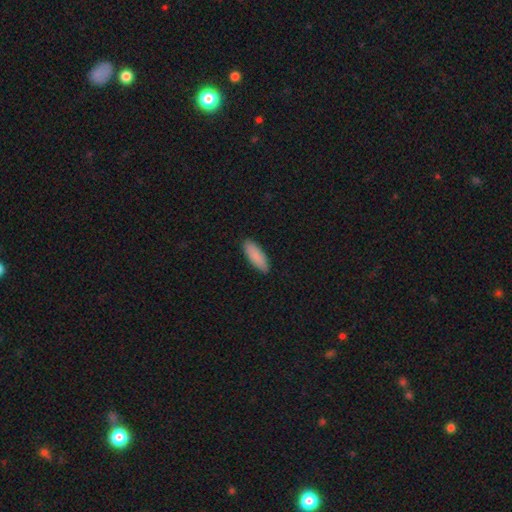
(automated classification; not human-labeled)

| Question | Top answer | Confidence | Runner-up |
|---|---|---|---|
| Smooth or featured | smooth | 88% | featured or disk (6%) |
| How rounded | in between | 66% | cigar-shaped (33%) |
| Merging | none | 88% | minor disturbance (10%) |